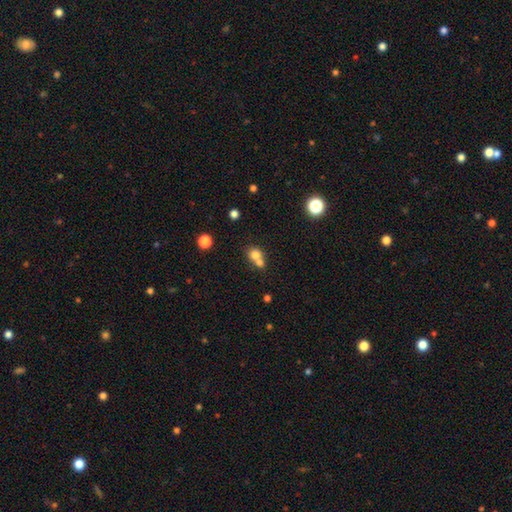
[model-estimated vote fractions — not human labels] Q: Smooth or featured?
A: smooth (75%); runner-up: featured or disk (13%)
Q: How rounded?
A: round (74%); runner-up: in between (24%)
Q: Merging?
A: merger (60%); runner-up: none (31%)